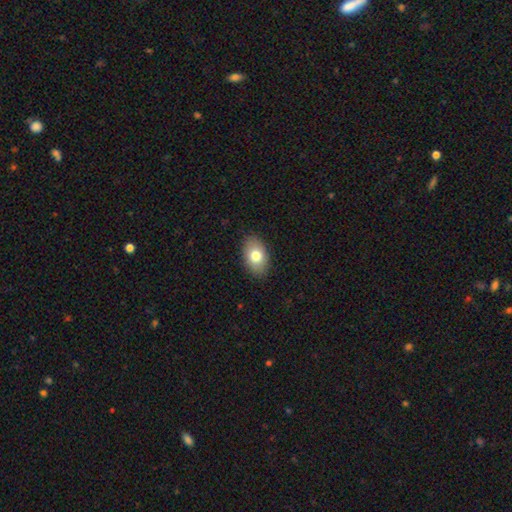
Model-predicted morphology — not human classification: Overall: smooth (78%). How rounded: in between (89%). Merging: none (87%).